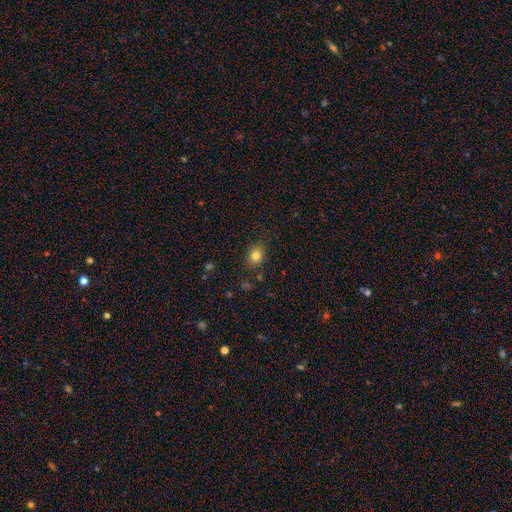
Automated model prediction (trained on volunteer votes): Morphology: type=smooth (81%); roundness=round (65%); merging=none (83%).